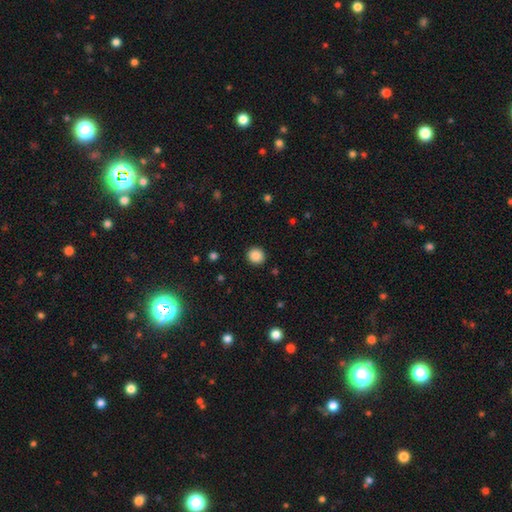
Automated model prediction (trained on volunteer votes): Smooth or featured: smooth — 87% (star or artifact — 10%)
How rounded: round — 91% (in between — 8%)
Merging: none — 92% (minor disturbance — 5%)